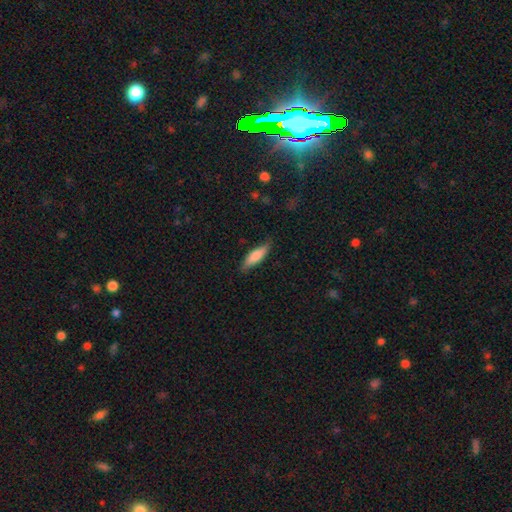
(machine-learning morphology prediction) A smooth galaxy with no disk features (77%) that is cigar-shaped (55%).

Vote fractions:
- Smooth or featured? smooth: 77% / featured or disk: 17% / star or artifact: 6%
- How rounded? cigar-shaped: 55% / in between: 43% / round: 2%
- Merging? none: 79% / minor disturbance: 17% / major disturbance: 3% / merger: 1%